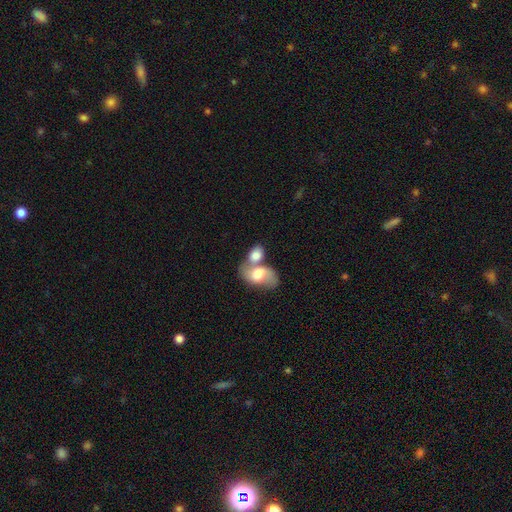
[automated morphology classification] Smooth or featured? smooth (67%)
How rounded? in between (85%)
Merging? merger (65%)